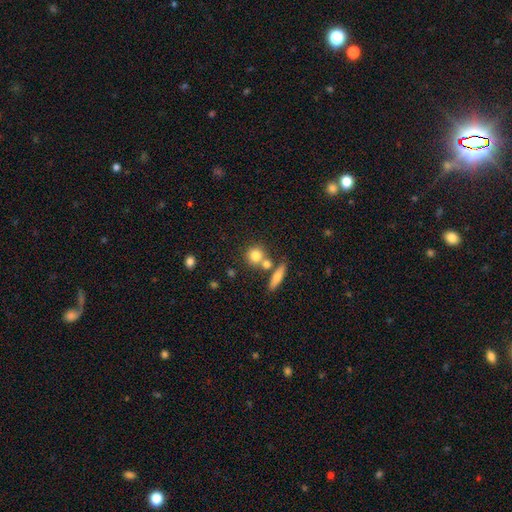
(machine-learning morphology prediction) smooth 79%, featured or disk 12%, star or artifact 9%. Down the decision tree: how rounded — round (80%); merging — none (59%).